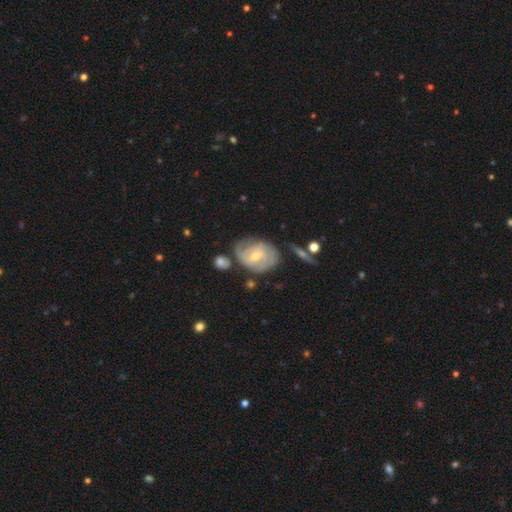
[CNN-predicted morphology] featured or disk 68%, smooth 26%, star or artifact 6%. Down the decision tree: edge-on disk — no (96%); bar — weak (47%); spiral arms — yes (82%); spiral arm count — 2 (41%); spiral winding — tight (54%); bulge size — moderate (50%); merging — none (57%).